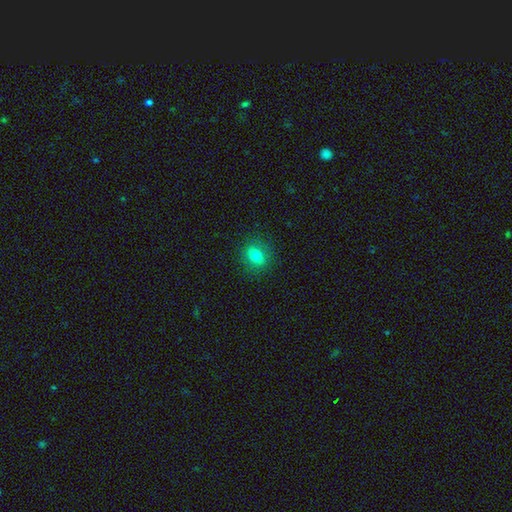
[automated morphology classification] type=smooth (78%); roundness=in between (62%); merging=none (86%).